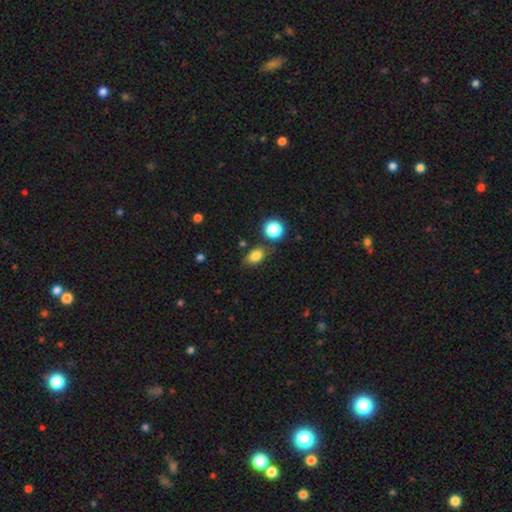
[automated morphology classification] Smooth or featured? Predicted: smooth (p=0.80). How rounded? Predicted: in between (p=0.76). Merging? Predicted: none (p=0.71).